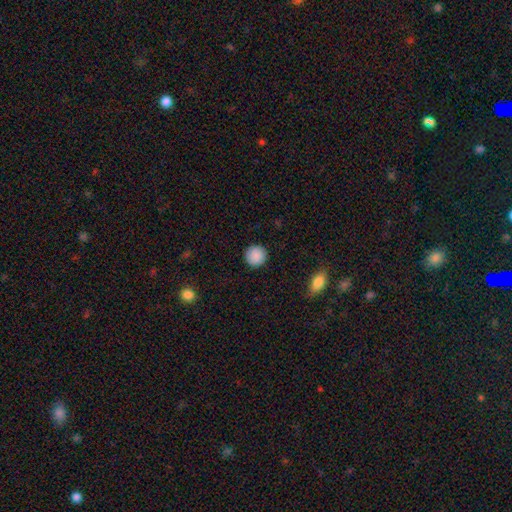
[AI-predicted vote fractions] This is clearly a smooth galaxy (90%). How rounded: clearly round (95%). Merging: clearly none (92%).